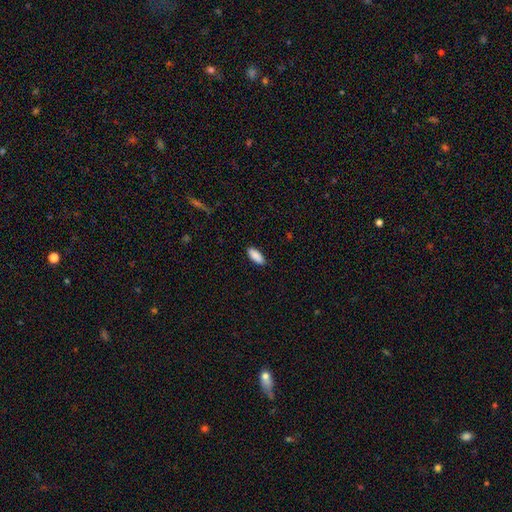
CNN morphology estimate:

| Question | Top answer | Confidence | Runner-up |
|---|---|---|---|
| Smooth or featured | smooth | 90% | star or artifact (6%) |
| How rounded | in between | 81% | cigar-shaped (17%) |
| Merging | none | 88% | minor disturbance (9%) |